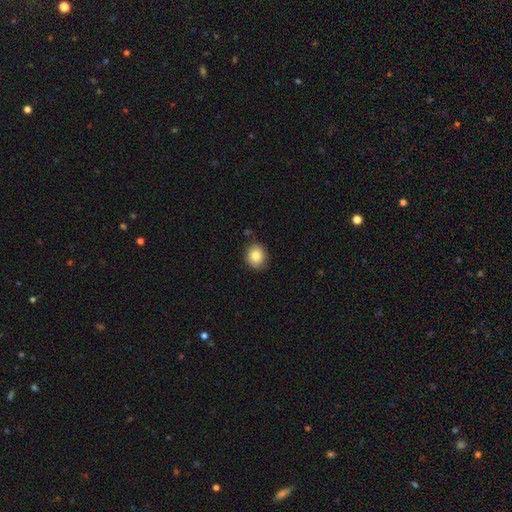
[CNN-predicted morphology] A smooth galaxy with no disk features (84%) that is round (70%).

Vote fractions:
- Smooth or featured? smooth: 84% / star or artifact: 9% / featured or disk: 7%
- How rounded? round: 70% / in between: 30% / cigar-shaped: 1%
- Merging? none: 84% / minor disturbance: 12% / major disturbance: 2% / merger: 2%